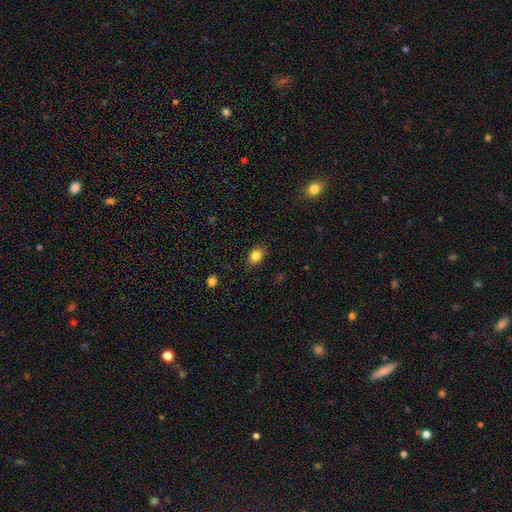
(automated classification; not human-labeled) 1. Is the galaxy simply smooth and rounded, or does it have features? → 84% smooth, 10% star or artifact, 6% featured or disk.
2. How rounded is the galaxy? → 68% in between, 31% round, 1% cigar-shaped.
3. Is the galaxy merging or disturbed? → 85% none, 11% minor disturbance, 3% major disturbance, 1% merger.